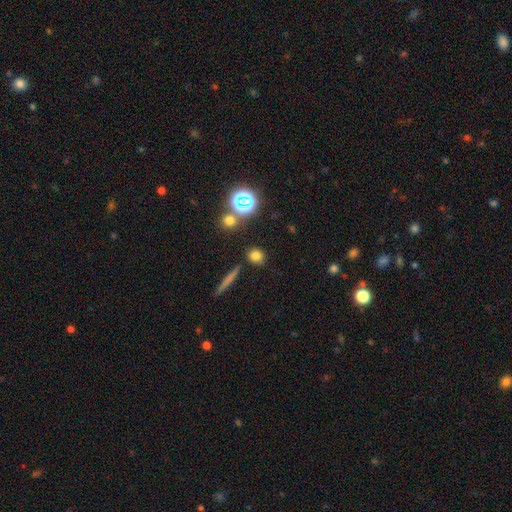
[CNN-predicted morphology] A smooth galaxy with no disk features (75%) that is round (72%).

Vote fractions:
- Smooth or featured? smooth: 75% / star or artifact: 16% / featured or disk: 9%
- How rounded? round: 72% / in between: 23% / cigar-shaped: 5%
- Merging? none: 83% / minor disturbance: 9% / merger: 5% / major disturbance: 3%